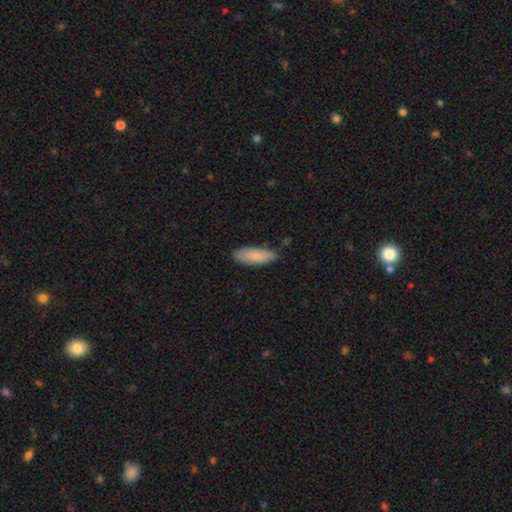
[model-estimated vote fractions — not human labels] Overall: smooth (86%). How rounded: in between (59%; cigar-shaped 40%). Merging: none (77%).